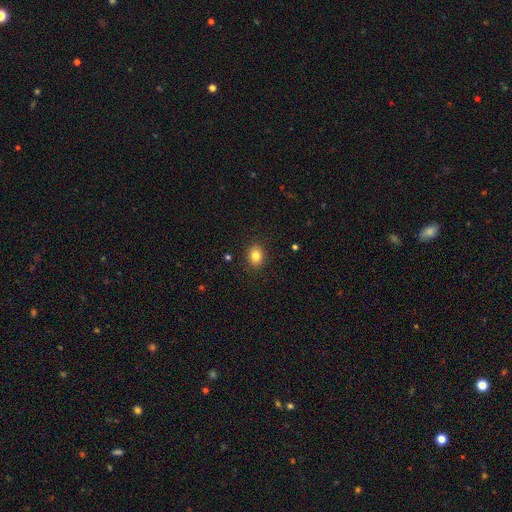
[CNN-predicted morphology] type=smooth (83%); roundness=round (51%); merging=none (89%).